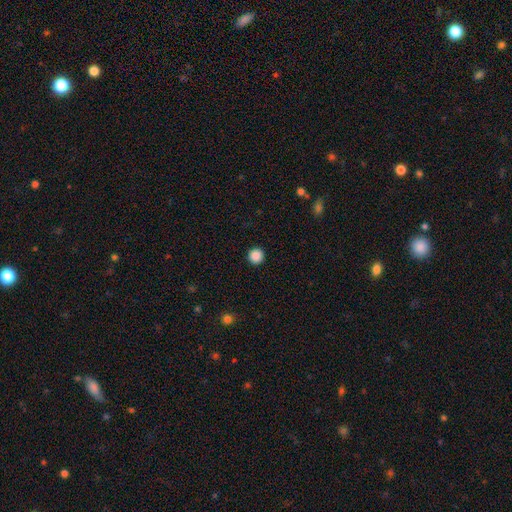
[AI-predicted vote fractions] Overall: smooth (88%). How rounded: round (96%). Merging: none (93%).